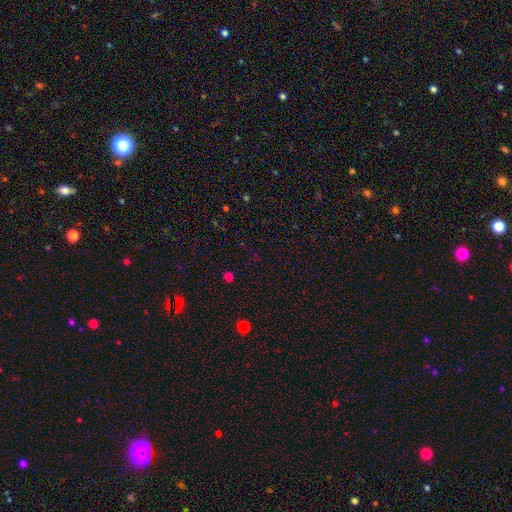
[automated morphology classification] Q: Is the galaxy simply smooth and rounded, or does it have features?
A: star or artifact — 61%.